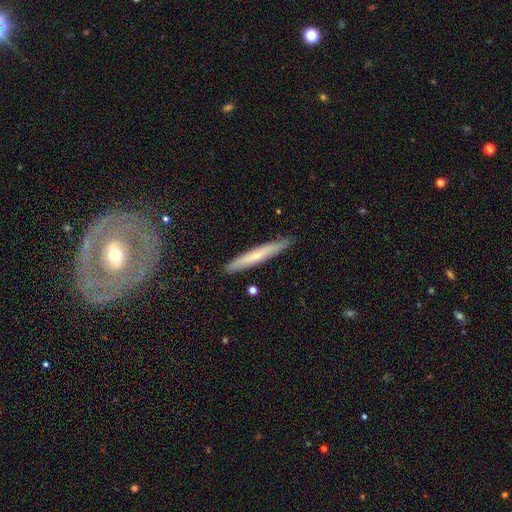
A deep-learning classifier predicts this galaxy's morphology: Smooth or featured: smooth — 58% (featured or disk — 36%)
How rounded: cigar-shaped — 95% (in between — 3%)
Merging: none — 88% (minor disturbance — 9%)